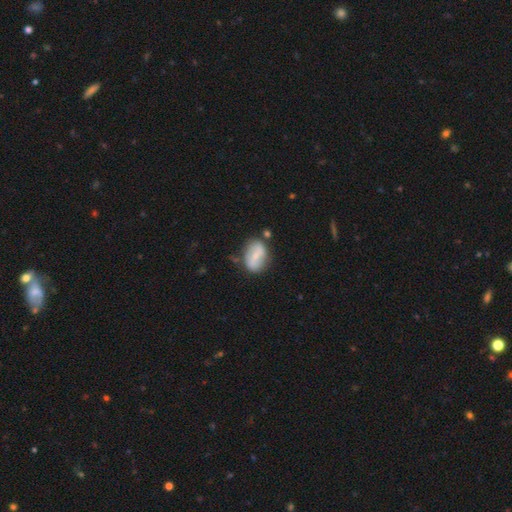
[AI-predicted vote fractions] A featured or disk galaxy (49%). Merging: none (69%).